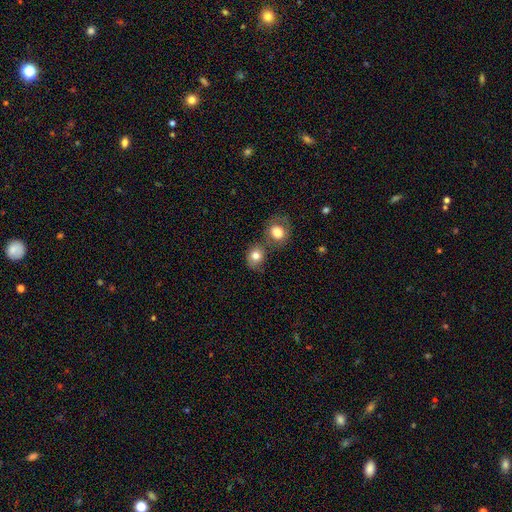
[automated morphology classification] type=smooth (79%); roundness=round (69%); merging=none (45%).